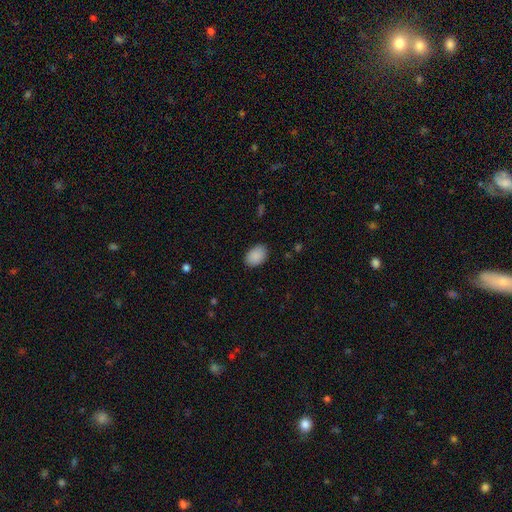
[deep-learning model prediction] smooth 90%, star or artifact 7%, featured or disk 3%. Down the decision tree: how rounded — in between (84%); merging — none (86%).